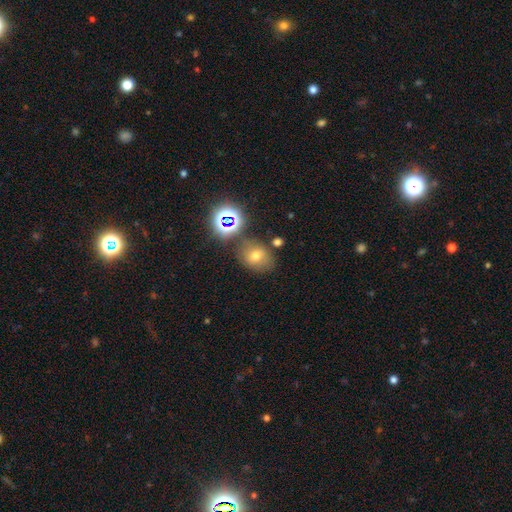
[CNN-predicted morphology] Smooth or featured? Predicted: smooth (p=0.62). How rounded? Predicted: in between (p=0.50). Merging? Predicted: none (p=0.70).